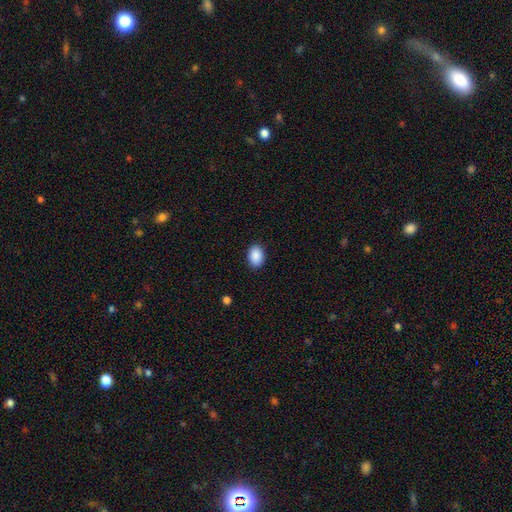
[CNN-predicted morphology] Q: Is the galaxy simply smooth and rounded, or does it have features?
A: smooth — 90%.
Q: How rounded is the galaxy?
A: in between — 83%.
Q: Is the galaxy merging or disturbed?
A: none — 89%.